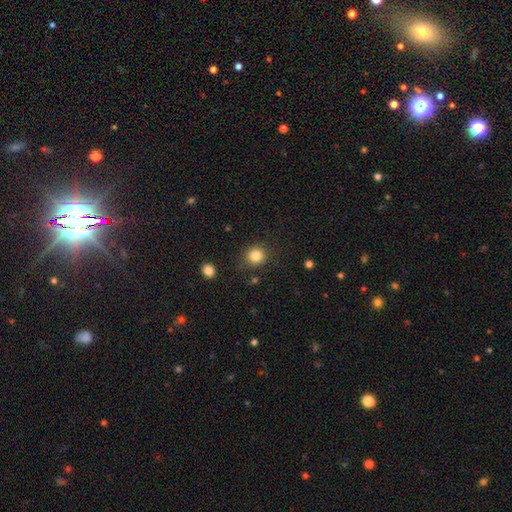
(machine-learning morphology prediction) smooth 84%, star or artifact 11%, featured or disk 5%. Down the decision tree: how rounded — round (88%); merging — none (83%).